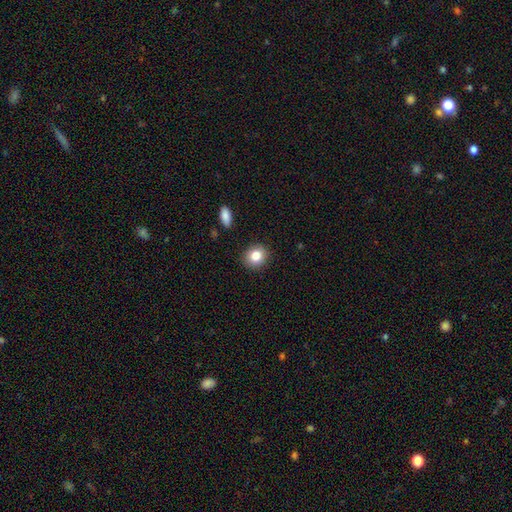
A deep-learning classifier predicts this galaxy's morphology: type=smooth (83%); roundness=round (72%); merging=none (88%).